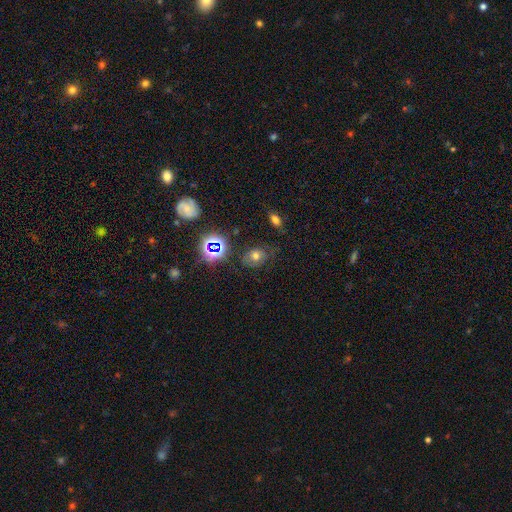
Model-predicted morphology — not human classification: A smooth galaxy with no disk features (51%) that is in between round and cigar-shaped (65%). Merging: none (67%).